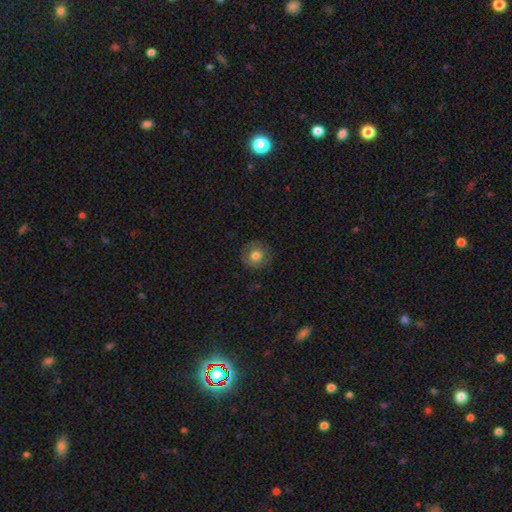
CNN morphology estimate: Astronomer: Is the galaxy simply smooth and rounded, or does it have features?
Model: smooth — 74%.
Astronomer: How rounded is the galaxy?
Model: round — 92%.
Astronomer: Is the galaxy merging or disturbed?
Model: none — 87%.